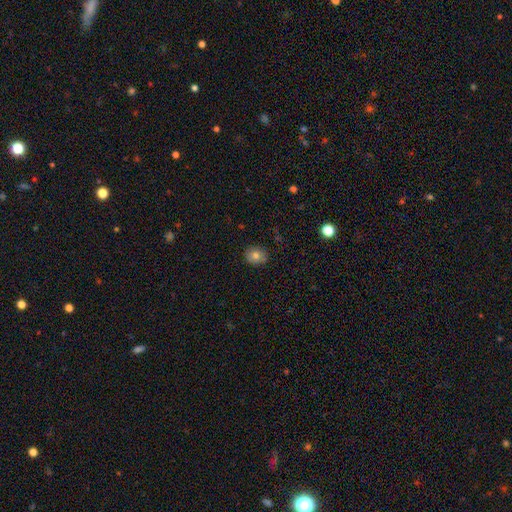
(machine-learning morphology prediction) Q: Smooth or featured?
A: smooth (77%); runner-up: featured or disk (12%)
Q: How rounded?
A: round (65%); runner-up: in between (34%)
Q: Merging?
A: none (88%); runner-up: minor disturbance (9%)